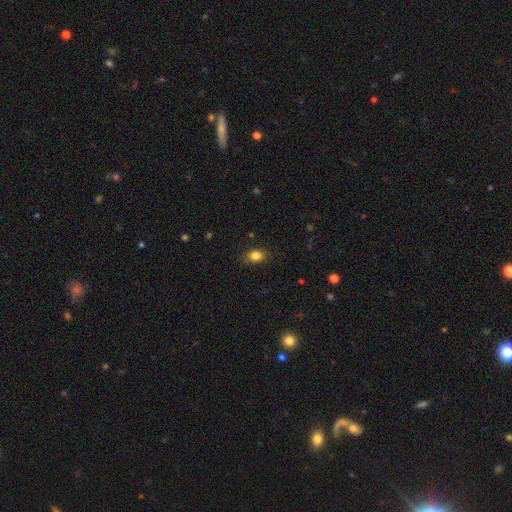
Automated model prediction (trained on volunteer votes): Smooth or featured? Predicted: smooth (p=0.84). How rounded? Predicted: in between (p=0.72). Merging? Predicted: none (p=0.85).